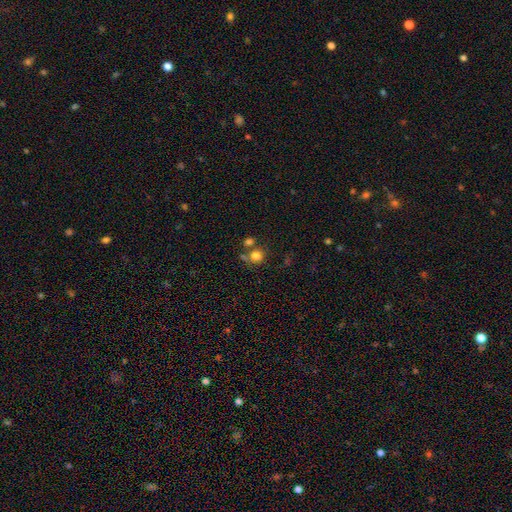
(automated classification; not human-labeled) Q: Smooth or featured?
A: smooth (79%); runner-up: star or artifact (13%)
Q: How rounded?
A: round (87%); runner-up: in between (12%)
Q: Merging?
A: none (61%); runner-up: merger (24%)